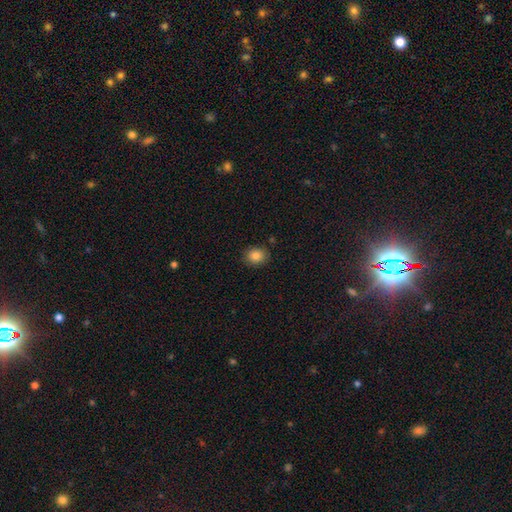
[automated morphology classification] Smooth or featured?
  - smooth: 85% *
  - star or artifact: 9%
  - featured or disk: 5%
How rounded?
  - round: 57% *
  - in between: 42%
  - cigar-shaped: 1%
Merging?
  - none: 86% *
  - minor disturbance: 10%
  - major disturbance: 2%
  - merger: 2%